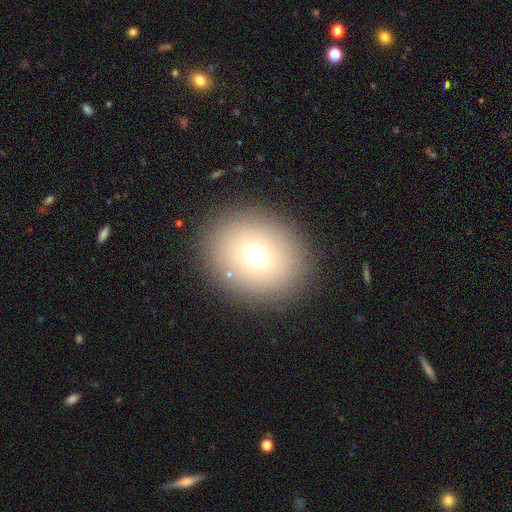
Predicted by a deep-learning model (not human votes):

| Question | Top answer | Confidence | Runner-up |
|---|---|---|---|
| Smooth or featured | smooth | 69% | star or artifact (18%) |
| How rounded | round | 70% | in between (29%) |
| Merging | none | 88% | minor disturbance (7%) |